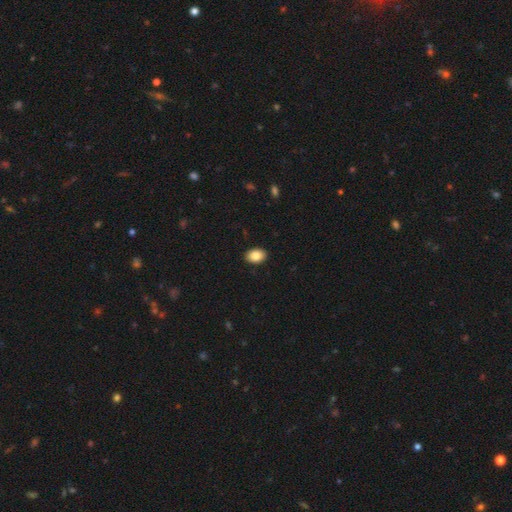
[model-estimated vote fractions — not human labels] smooth_or_featured: smooth (p=0.85) [alt: star or artifact p=0.08]
how_rounded: in between (p=0.83) [alt: round p=0.16]
merging: none (p=0.91) [alt: minor disturbance p=0.07]